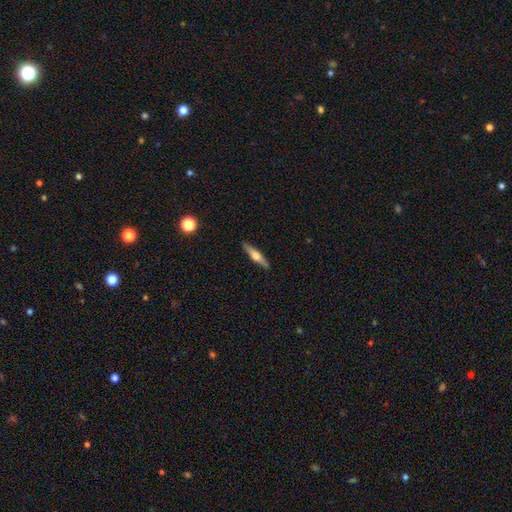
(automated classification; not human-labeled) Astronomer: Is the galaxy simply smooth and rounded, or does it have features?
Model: featured or disk — 50% (runner-up: smooth, 44%).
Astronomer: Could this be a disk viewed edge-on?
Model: yes — 95%.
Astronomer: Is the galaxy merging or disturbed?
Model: none — 88%.